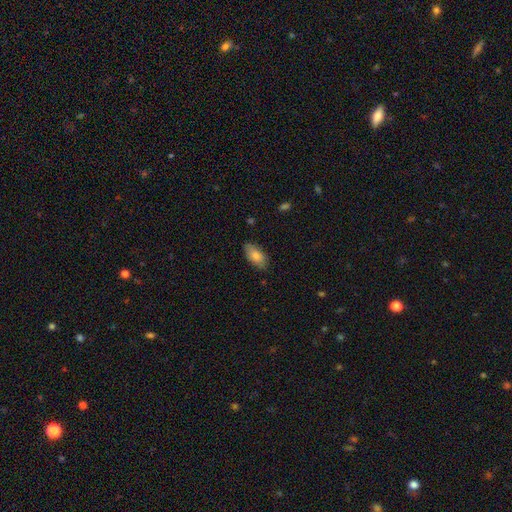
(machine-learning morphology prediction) Smooth or featured? Predicted: smooth (p=0.79). How rounded? Predicted: in between (p=0.90). Merging? Predicted: none (p=0.83).